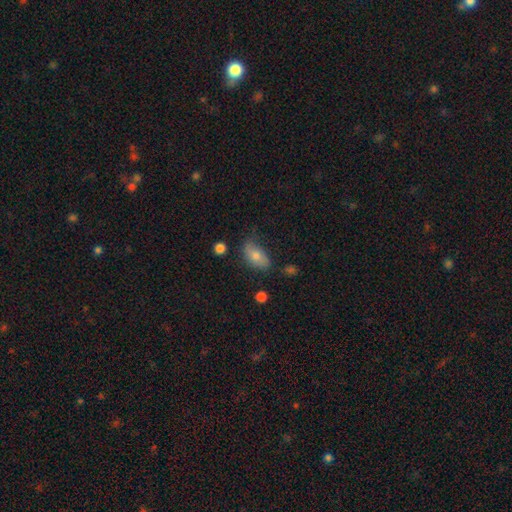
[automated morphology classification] A smooth galaxy with no disk features (74%) that is in between round and cigar-shaped (90%).

Vote fractions:
- Smooth or featured? smooth: 74% / featured or disk: 18% / star or artifact: 9%
- How rounded? in between: 90% / round: 5% / cigar-shaped: 5%
- Merging? none: 61% / minor disturbance: 28% / major disturbance: 8% / merger: 3%